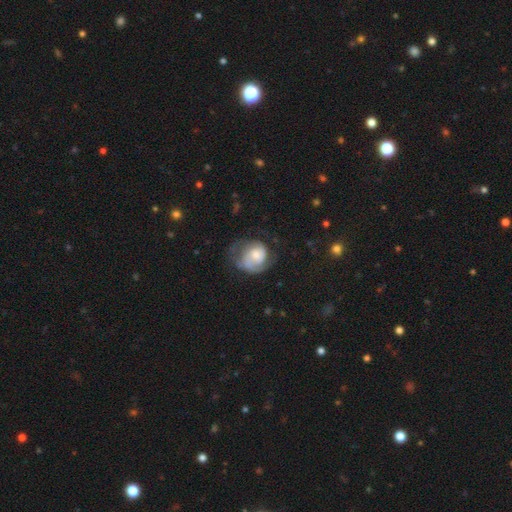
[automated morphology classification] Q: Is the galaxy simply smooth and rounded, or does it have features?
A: featured or disk — 56%.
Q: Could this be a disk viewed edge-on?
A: no — 98%.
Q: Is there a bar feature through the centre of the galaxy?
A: no — 76%.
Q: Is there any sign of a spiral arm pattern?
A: yes — 79%.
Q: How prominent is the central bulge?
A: small — 41%, tied with moderate.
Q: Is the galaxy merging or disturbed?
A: none — 41%.